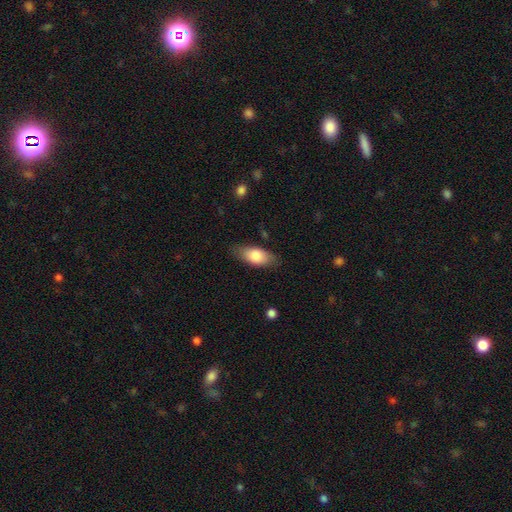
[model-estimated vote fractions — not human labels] Smooth or featured?
  - smooth: 79% *
  - featured or disk: 14%
  - star or artifact: 6%
How rounded?
  - in between: 88% *
  - cigar-shaped: 9%
  - round: 4%
Merging?
  - none: 79% *
  - minor disturbance: 16%
  - major disturbance: 4%
  - merger: 1%